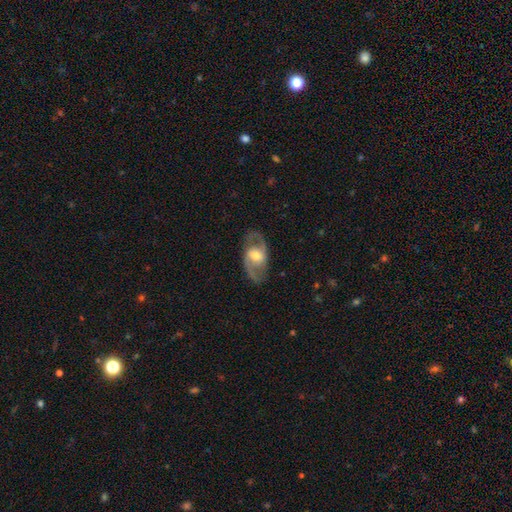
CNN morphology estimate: Overall: featured or disk (81%). Edge-on disk: no (94%). Bar: weak (42%; no 41%). Spiral arms: yes (88%). Spiral arm count: 2 (91%). Spiral winding: medium (54%; loose 29%). Bulge size: moderate (62%; small 24%). Merging: none (82%).